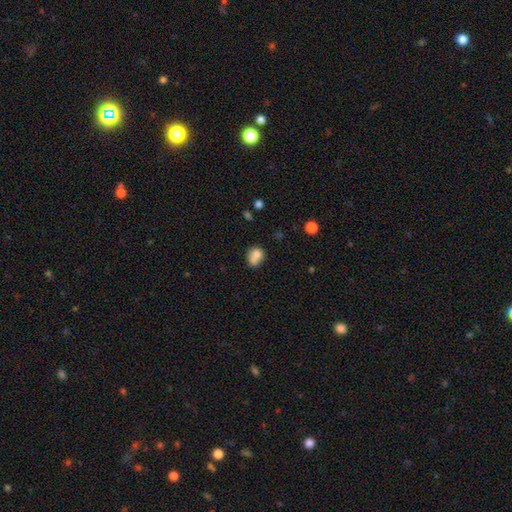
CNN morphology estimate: The model was most divided on "merging": merger: 47%, none: 33%, minor disturbance: 14%, major disturbance: 6%. More confident: smooth or featured — smooth (75%); how rounded — round (57%).